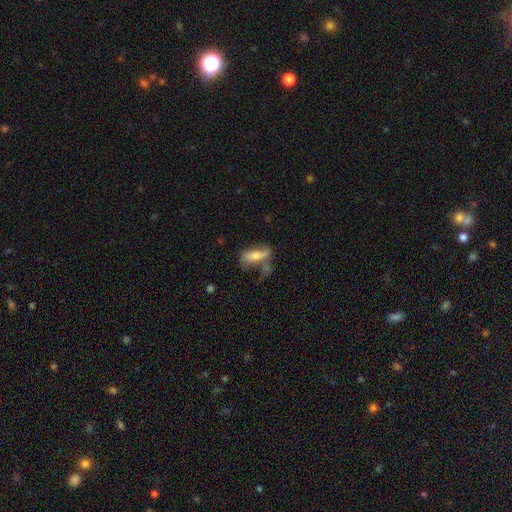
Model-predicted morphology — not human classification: Q: Smooth or featured?
A: smooth (59%); runner-up: featured or disk (33%)
Q: How rounded?
A: in between (62%); runner-up: cigar-shaped (35%)
Q: Merging?
A: none (37%); runner-up: minor disturbance (22%)